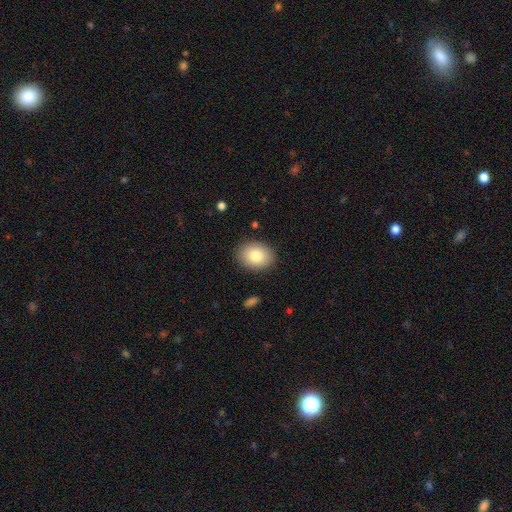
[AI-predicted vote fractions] A smooth galaxy with no disk features (82%) that is in between round and cigar-shaped (66%).

Vote fractions:
- Smooth or featured? smooth: 82% / featured or disk: 10% / star or artifact: 8%
- How rounded? in between: 66% / round: 33% / cigar-shaped: 1%
- Merging? none: 88% / minor disturbance: 9% / major disturbance: 2% / merger: 1%